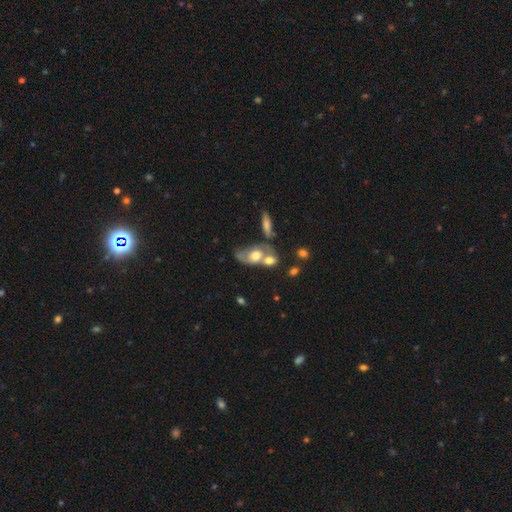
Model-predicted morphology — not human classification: Overall: smooth (47%; featured or disk 45%). Merging: merger (51%; none 25%).